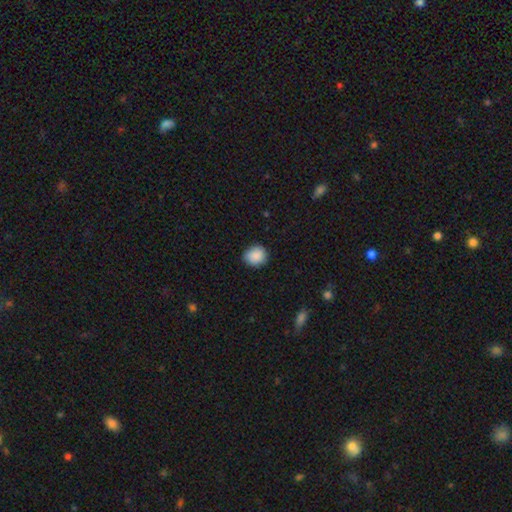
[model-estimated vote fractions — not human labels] smooth-or-featured: smooth: 89% | star or artifact: 8% | featured or disk: 3%
  how-rounded: round: 78% | in between: 21% | cigar-shaped: 1%
  merging: none: 85% | minor disturbance: 11% | major disturbance: 2% | merger: 1%